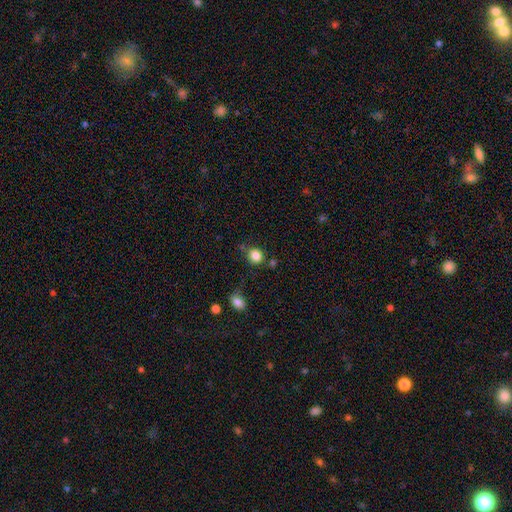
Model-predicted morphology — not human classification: Smooth or featured?
  - smooth: 84% *
  - star or artifact: 11%
  - featured or disk: 5%
How rounded?
  - round: 83% *
  - in between: 16%
  - cigar-shaped: 1%
Merging?
  - none: 74% *
  - minor disturbance: 14%
  - merger: 7%
  - major disturbance: 4%